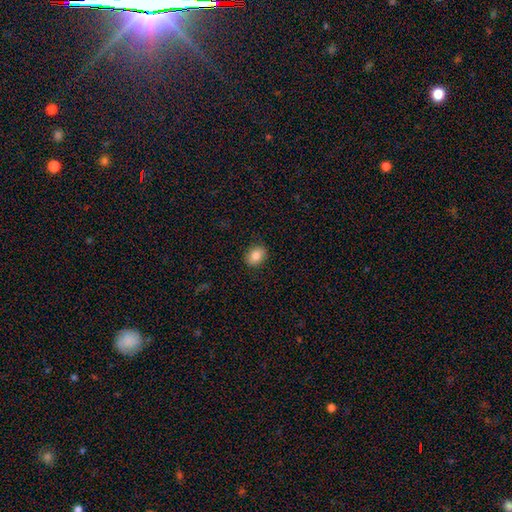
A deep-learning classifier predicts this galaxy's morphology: Q: Smooth or featured?
A: smooth (86%); runner-up: star or artifact (9%)
Q: How rounded?
A: in between (63%); runner-up: round (36%)
Q: Merging?
A: none (89%); runner-up: minor disturbance (8%)